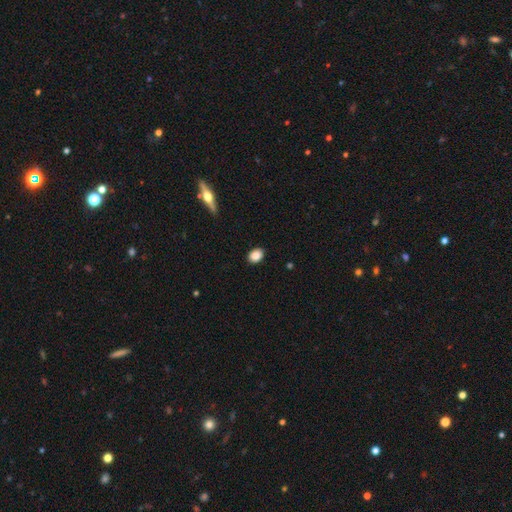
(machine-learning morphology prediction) Overall: smooth (88%). How rounded: in between (69%; round 30%). Merging: none (89%).